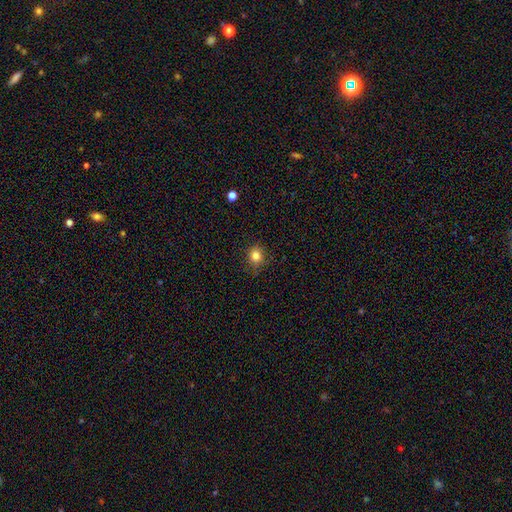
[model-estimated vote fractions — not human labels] The model was most divided on "how rounded": round: 82%, in between: 17%, cigar-shaped: 1%. More confident: smooth or featured — smooth (83%); merging — none (82%).